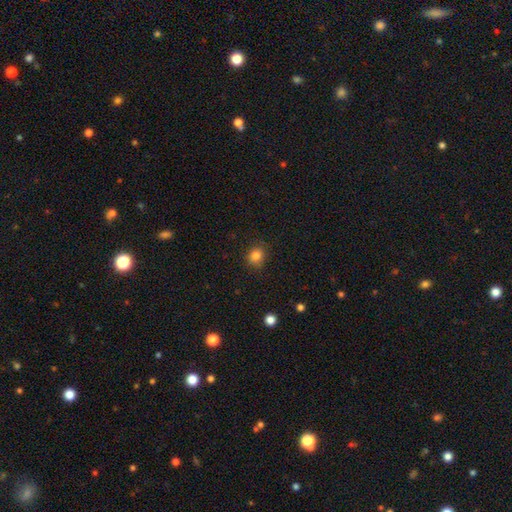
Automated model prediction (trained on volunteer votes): This is clearly a smooth galaxy (83%). How rounded: likely round (73%). Merging: clearly none (82%).